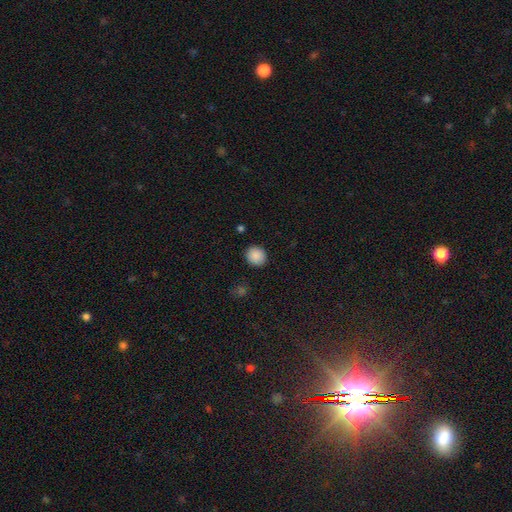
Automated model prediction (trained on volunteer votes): Overall: smooth (88%). How rounded: round (79%). Merging: none (89%).